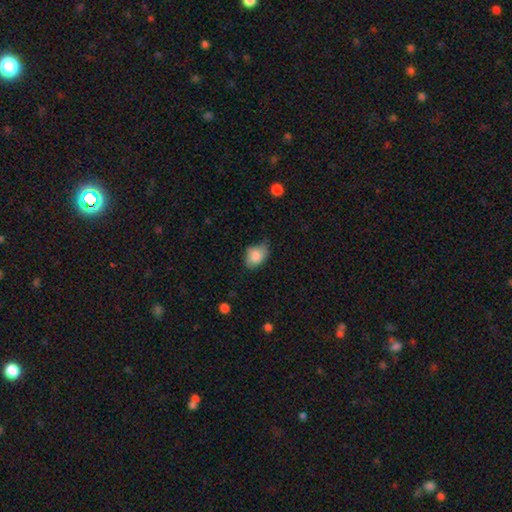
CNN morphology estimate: This appears to be a smooth galaxy with no disk features (83%) that is in between round and cigar-shaped (80%). Merging: none (51%).